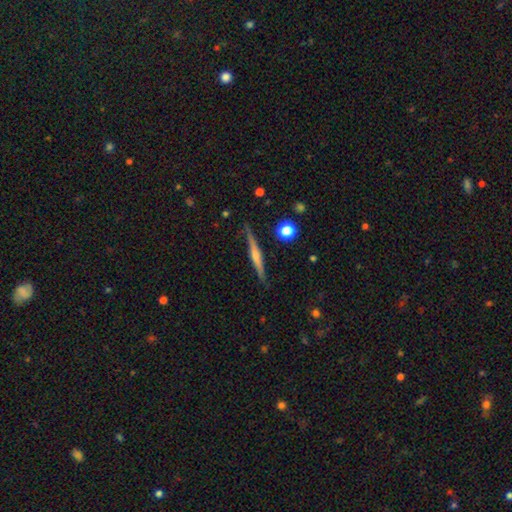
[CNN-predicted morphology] smooth_or_featured: featured or disk (p=0.64) [alt: smooth p=0.29]
disk_edge_on: yes (p=0.98) [alt: no p=0.02]
edge_on_bulge: rounded (p=0.63) [alt: none p=0.21]
merging: none (p=0.87) [alt: minor disturbance p=0.10]